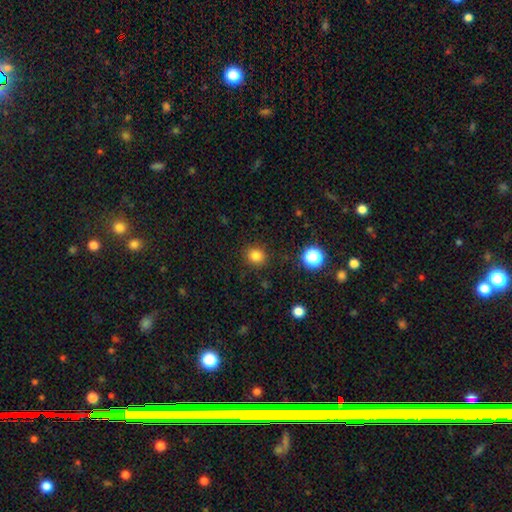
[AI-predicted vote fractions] The model was most divided on "how rounded": round: 83%, in between: 16%, cigar-shaped: 1%. More confident: merging — none (88%); smooth or featured — smooth (82%).